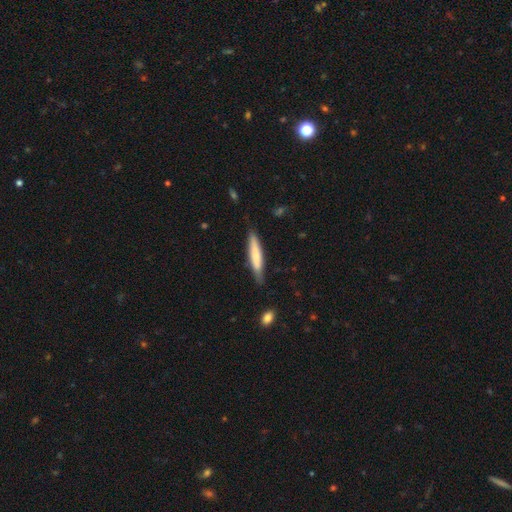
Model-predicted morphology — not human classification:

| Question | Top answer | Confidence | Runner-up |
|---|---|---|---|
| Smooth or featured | smooth | 70% | featured or disk (25%) |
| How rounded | cigar-shaped | 90% | in between (9%) |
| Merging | none | 78% | minor disturbance (18%) |